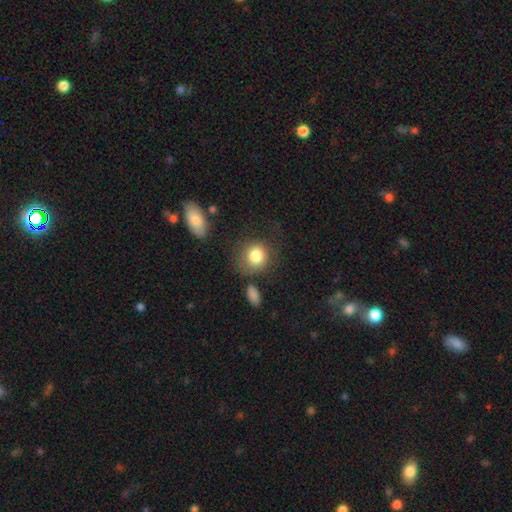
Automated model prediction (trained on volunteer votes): smooth 83%, featured or disk 8%, star or artifact 8%. Down the decision tree: how rounded — round (76%); merging — none (65%).